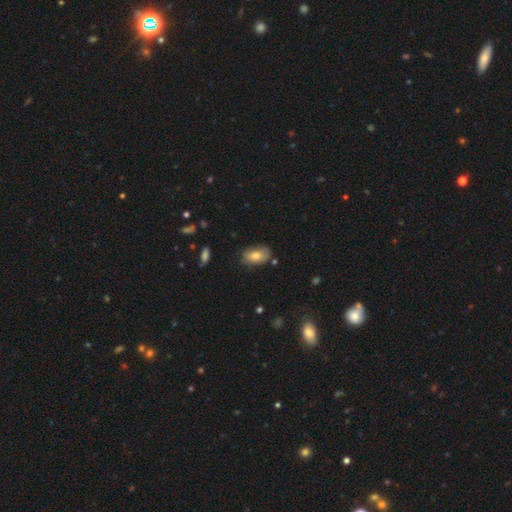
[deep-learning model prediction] Overall: smooth (73%). How rounded: in between (90%). Merging: none (68%).